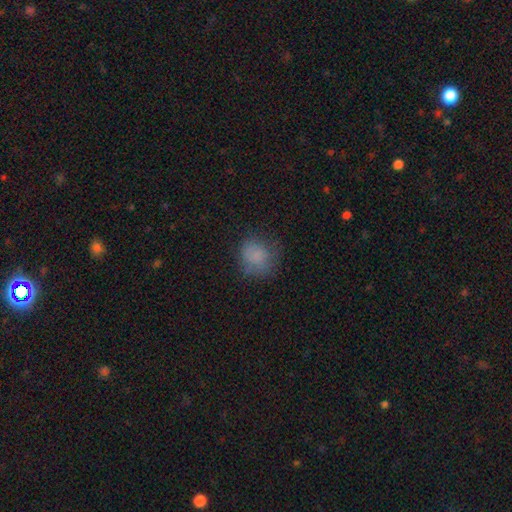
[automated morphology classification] smooth 78%, star or artifact 12%, featured or disk 10%. Down the decision tree: how rounded — round (75%); merging — none (65%).